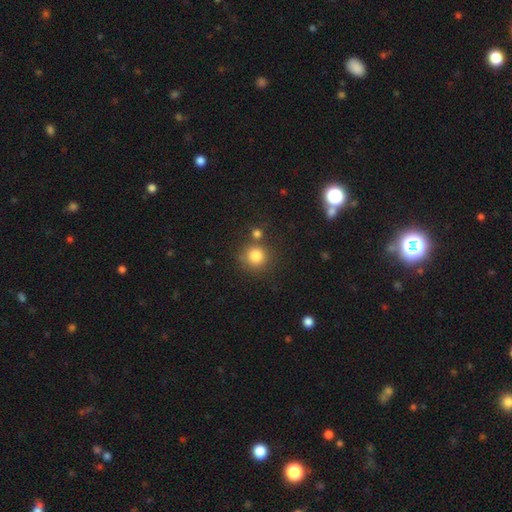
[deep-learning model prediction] smooth-or-featured: smooth: 82% | star or artifact: 11% | featured or disk: 6%
  how-rounded: round: 92% | in between: 7% | cigar-shaped: 1%
  merging: none: 72% | merger: 14% | minor disturbance: 10% | major disturbance: 4%